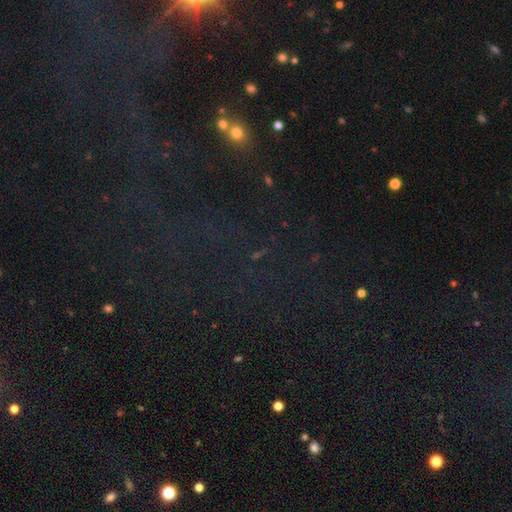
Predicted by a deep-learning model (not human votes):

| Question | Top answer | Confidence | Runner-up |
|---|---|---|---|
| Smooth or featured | star or artifact | 73% | smooth (15%) |